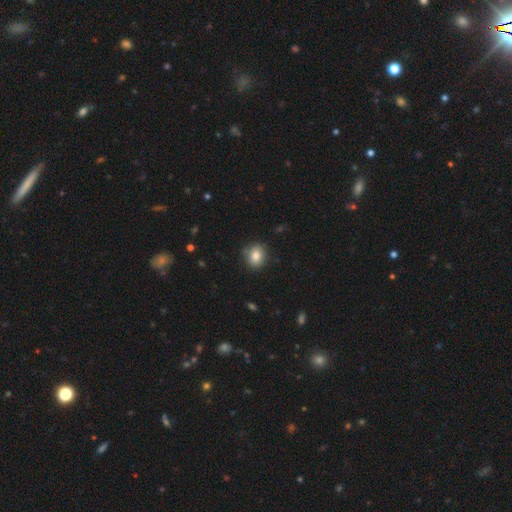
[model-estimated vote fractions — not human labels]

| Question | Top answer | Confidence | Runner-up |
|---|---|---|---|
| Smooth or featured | smooth | 83% | star or artifact (9%) |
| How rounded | round | 71% | in between (28%) |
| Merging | none | 83% | minor disturbance (13%) |